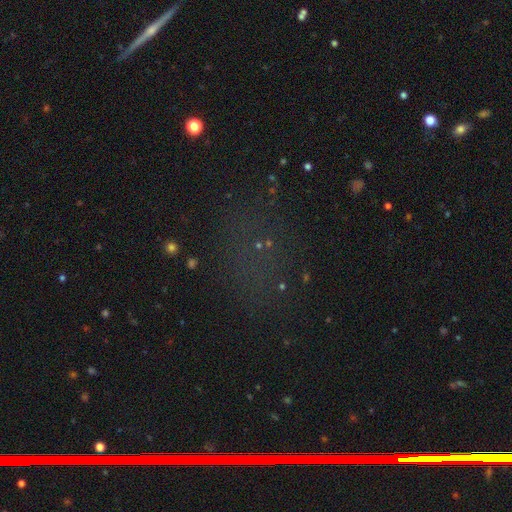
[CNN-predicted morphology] Smooth or featured?
  - star or artifact: 75% *
  - smooth: 16%
  - featured or disk: 10%